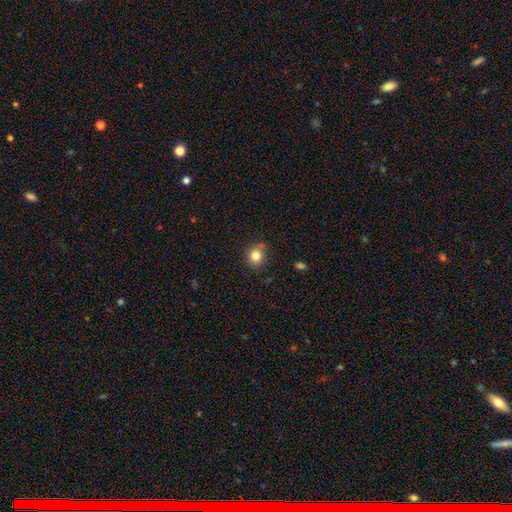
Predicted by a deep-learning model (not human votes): Smooth or featured: smooth — 82% (star or artifact — 12%)
How rounded: round — 85% (in between — 14%)
Merging: none — 82% (minor disturbance — 11%)